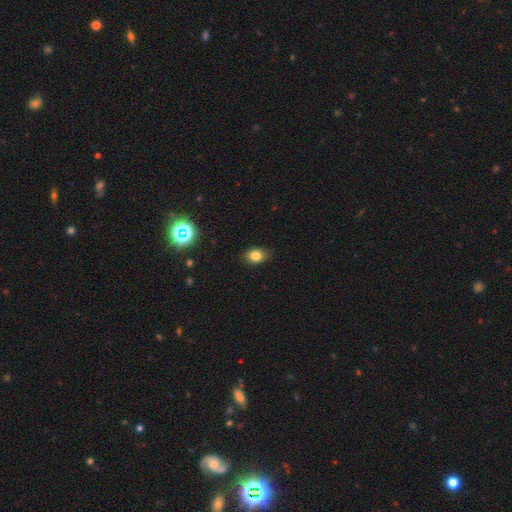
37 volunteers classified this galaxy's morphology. Smooth or featured: smooth — 84% (featured or disk — 11%)
How rounded: in between — 97% (round — 3%)
Merging: none — 97% (minor disturbance — 3%)